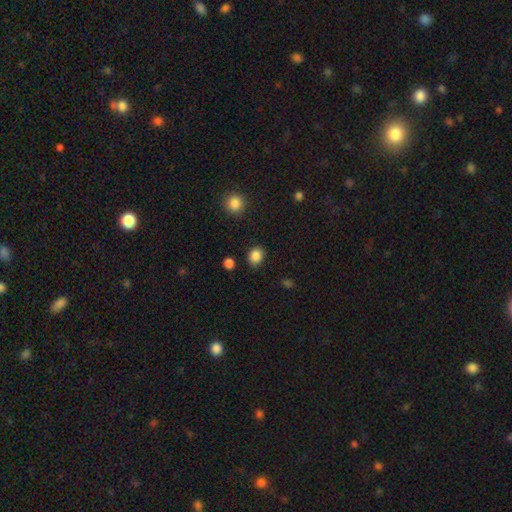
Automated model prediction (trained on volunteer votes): This appears to be a smooth galaxy with no disk features (87%) that is round (70%). Merging: none (86%).